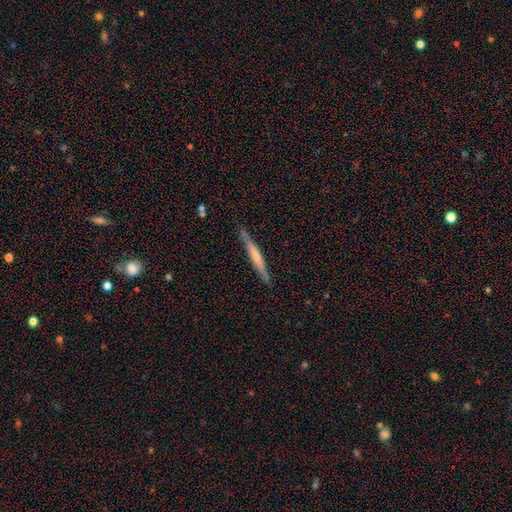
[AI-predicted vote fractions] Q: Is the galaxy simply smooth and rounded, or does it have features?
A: featured or disk — 51%.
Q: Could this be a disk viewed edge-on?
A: yes — 95%.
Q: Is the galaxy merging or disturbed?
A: none — 86%.